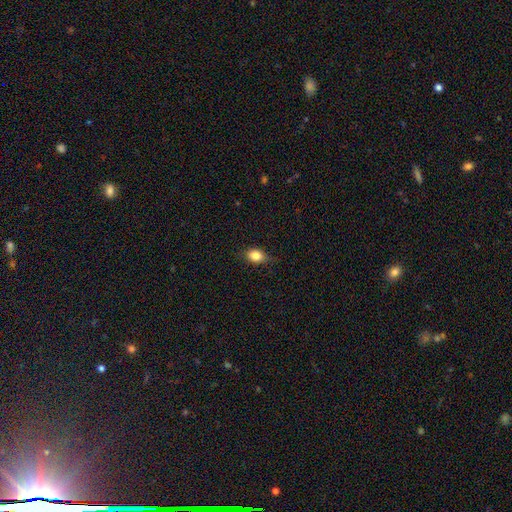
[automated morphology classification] Overall: smooth (81%). How rounded: in between (65%; round 33%). Merging: none (74%).